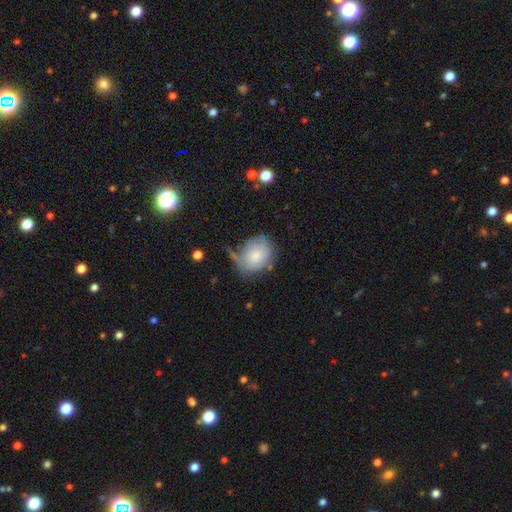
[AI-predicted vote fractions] The model was most divided on "how rounded": in between: 50%, round: 49%, cigar-shaped: 1%. Remaining: smooth or featured — smooth (68%); merging — none (45%).